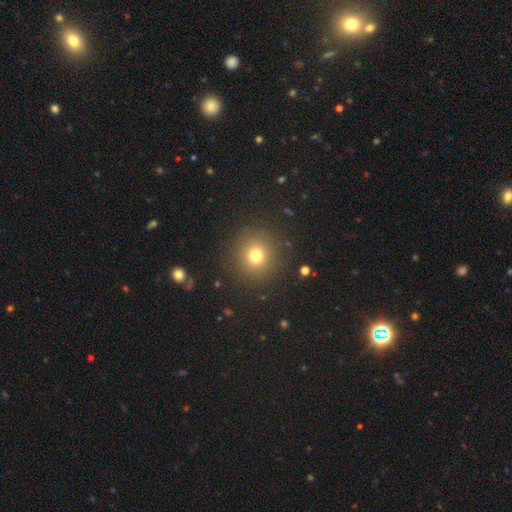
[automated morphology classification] Q: Smooth or featured?
A: smooth (74%); runner-up: star or artifact (17%)
Q: How rounded?
A: round (93%); runner-up: in between (6%)
Q: Merging?
A: none (89%); runner-up: minor disturbance (6%)